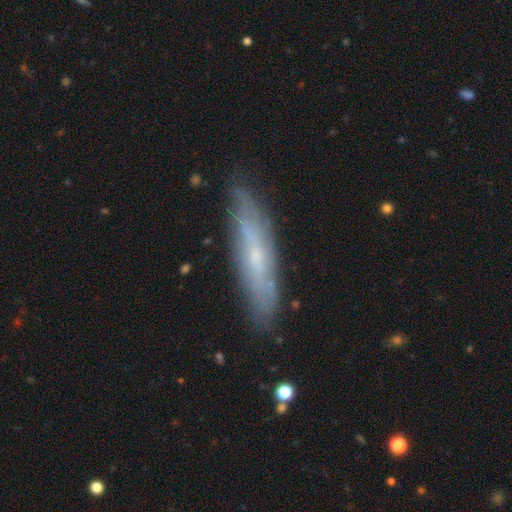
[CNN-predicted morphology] Smooth or featured?
  - featured or disk: 60% *
  - smooth: 34%
  - star or artifact: 7%
Edge-on disk?
  - yes: 55% *
  - no: 45%
Merging?
  - none: 82% *
  - minor disturbance: 14%
  - major disturbance: 3%
  - merger: 2%